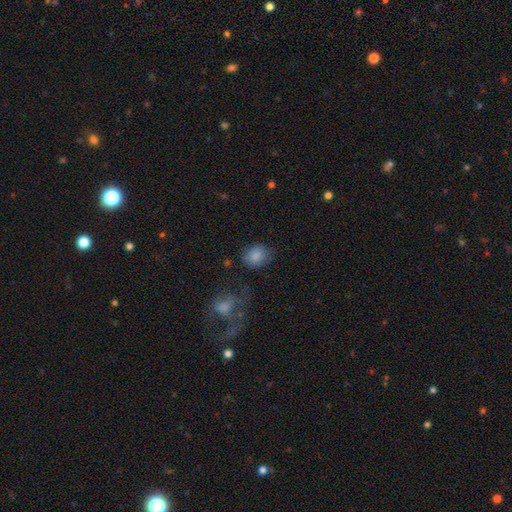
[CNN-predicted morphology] This is clearly a smooth galaxy (85%). How rounded: possibly in between (51%). Merging: likely none (71%).